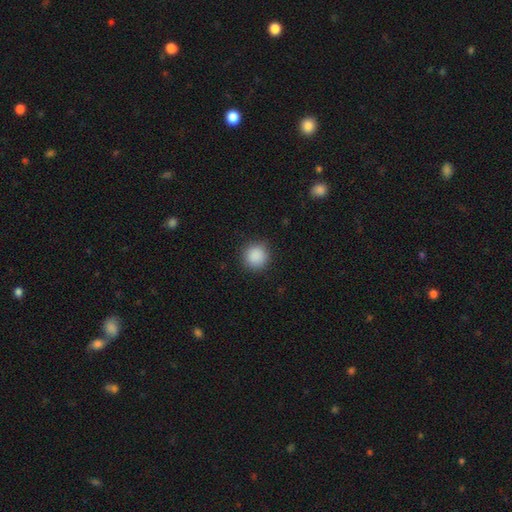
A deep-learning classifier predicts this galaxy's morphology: Q: Smooth or featured?
A: smooth (88%); runner-up: star or artifact (9%)
Q: How rounded?
A: round (94%); runner-up: in between (5%)
Q: Merging?
A: none (89%); runner-up: minor disturbance (8%)